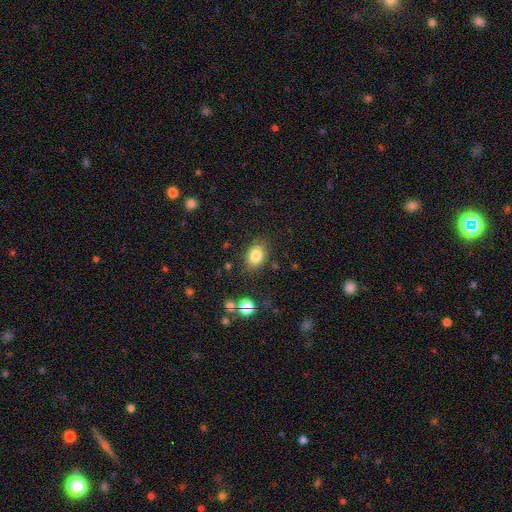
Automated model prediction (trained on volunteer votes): smooth_or_featured: smooth (p=0.81) [alt: star or artifact p=0.10]
how_rounded: in between (p=0.79) [alt: round p=0.20]
merging: none (p=0.83) [alt: minor disturbance p=0.11]